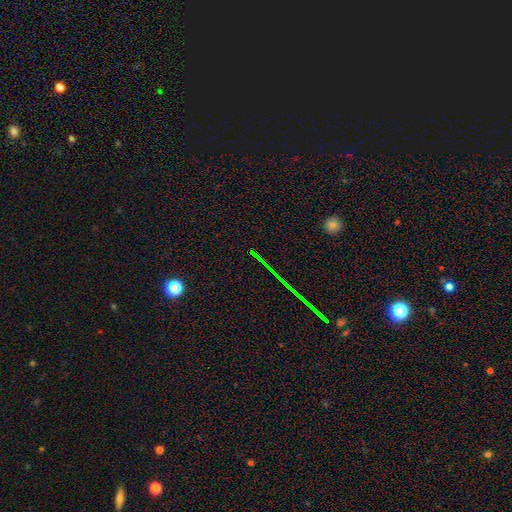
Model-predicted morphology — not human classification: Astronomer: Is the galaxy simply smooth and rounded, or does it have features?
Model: star or artifact — 80%.